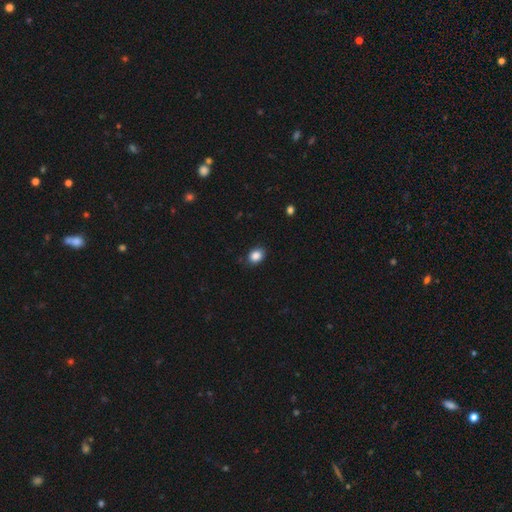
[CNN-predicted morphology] smooth_or_featured: smooth (p=0.86) [alt: star or artifact p=0.10]
how_rounded: in between (p=0.54) [alt: round p=0.45]
merging: none (p=0.84) [alt: minor disturbance p=0.12]